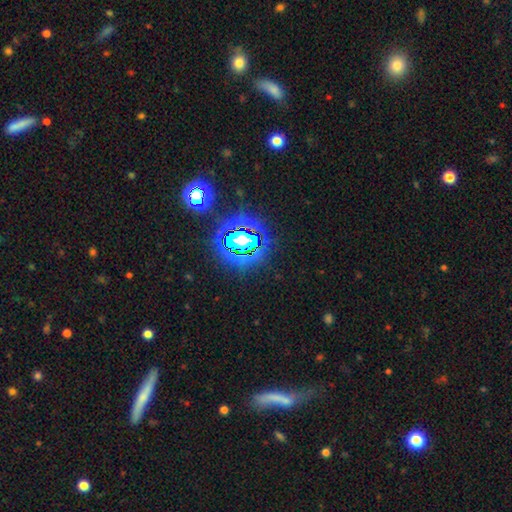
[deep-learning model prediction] Morphology: type=star or artifact (74%).